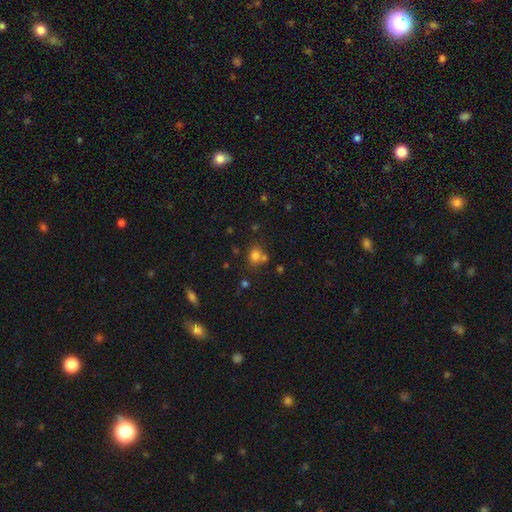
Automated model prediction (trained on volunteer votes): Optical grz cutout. It shows a smooth galaxy with no disk features (75%) that is round (65%). Merging: none (54%).